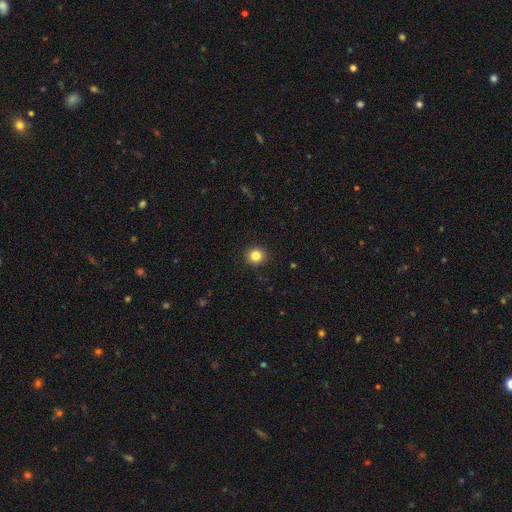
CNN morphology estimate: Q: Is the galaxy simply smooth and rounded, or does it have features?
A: smooth — 83%.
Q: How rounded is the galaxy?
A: round — 90%.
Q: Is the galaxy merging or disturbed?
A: none — 92%.